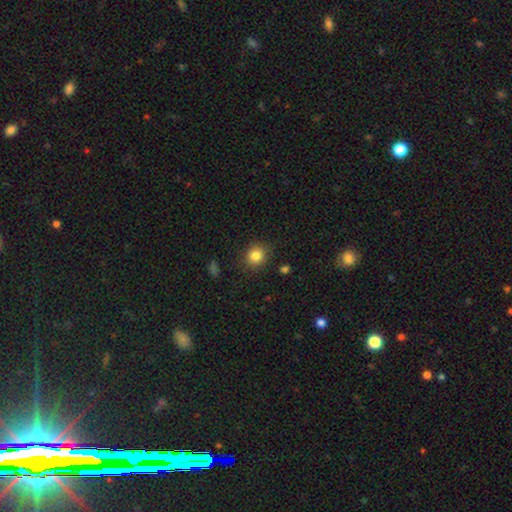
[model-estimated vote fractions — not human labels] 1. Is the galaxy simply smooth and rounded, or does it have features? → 83% smooth, 11% star or artifact, 5% featured or disk.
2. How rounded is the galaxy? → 87% round, 12% in between, 1% cigar-shaped.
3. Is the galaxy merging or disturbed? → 88% none, 8% minor disturbance, 3% major disturbance, 1% merger.